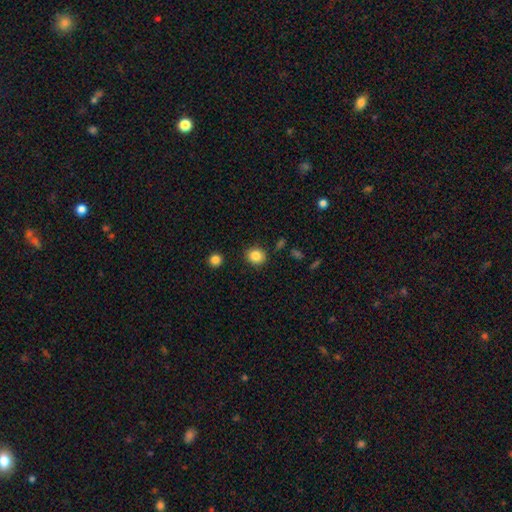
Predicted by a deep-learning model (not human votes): This is clearly a smooth galaxy (85%). How rounded: likely round (77%). Merging: clearly none (88%).